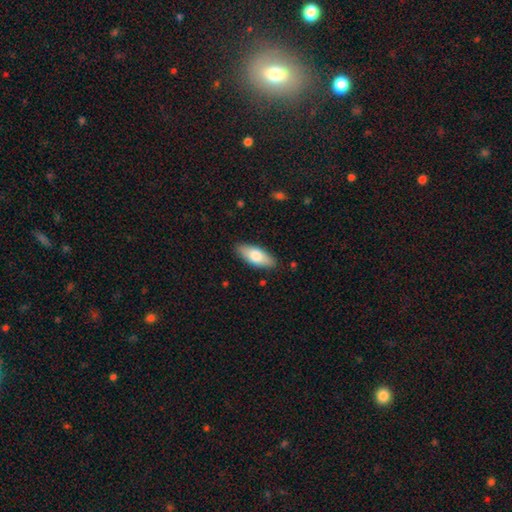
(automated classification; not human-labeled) Smooth or featured: smooth — 77% (featured or disk — 18%)
How rounded: in between — 80% (cigar-shaped — 18%)
Merging: none — 86% (minor disturbance — 11%)